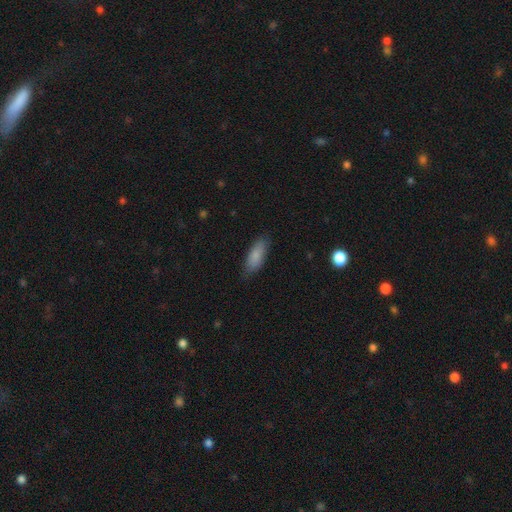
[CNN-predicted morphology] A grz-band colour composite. It shows a smooth galaxy with no disk features (85%) that is in between round and cigar-shaped (75%). Merging: none (79%).